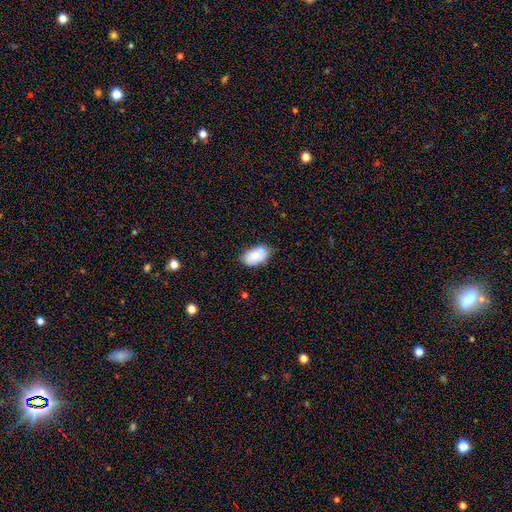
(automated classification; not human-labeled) Smooth or featured? Predicted: smooth (p=0.77). How rounded? Predicted: in between (p=0.93). Merging? Predicted: none (p=0.64).